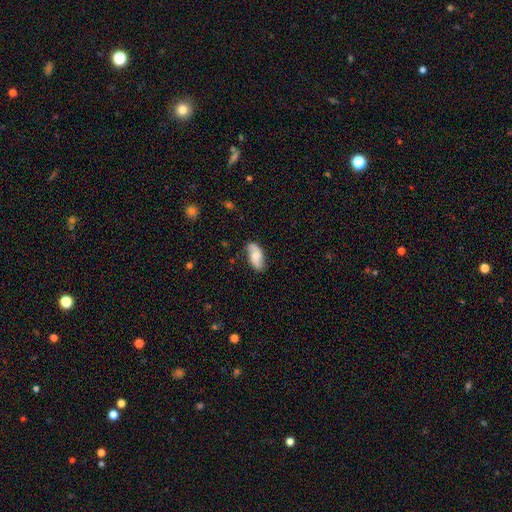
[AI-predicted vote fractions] Smooth or featured? smooth (52%)
How rounded? in between (91%)
Merging? none (76%)